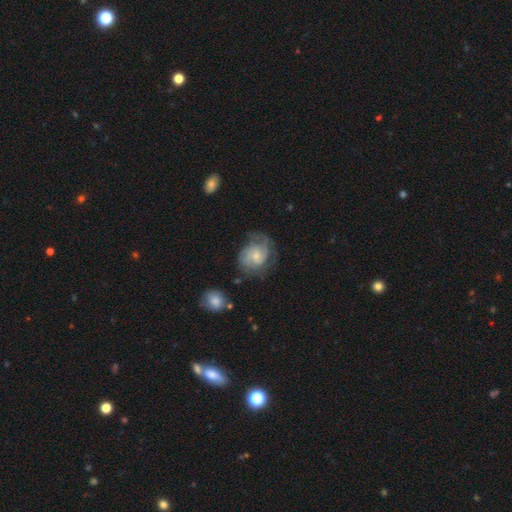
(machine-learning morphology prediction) Overall: featured or disk (68%). Edge-on disk: no (98%). Bar: no (63%; weak 33%). Spiral arms: yes (89%). Spiral arm count: 2 (35%; can't tell 34%). Spiral winding: tight (46%; medium 39%). Bulge size: small (59%; moderate 30%). Merging: none (54%; minor disturbance 25%).